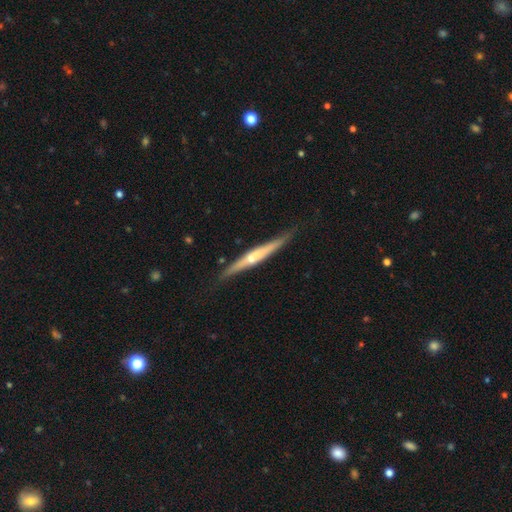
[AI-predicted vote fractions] Smooth or featured: featured or disk — 67% (smooth — 27%)
Edge-on disk: yes — 95% (no — 5%)
Edge-on bulge: rounded — 68% (none — 26%)
Merging: none — 80% (minor disturbance — 15%)